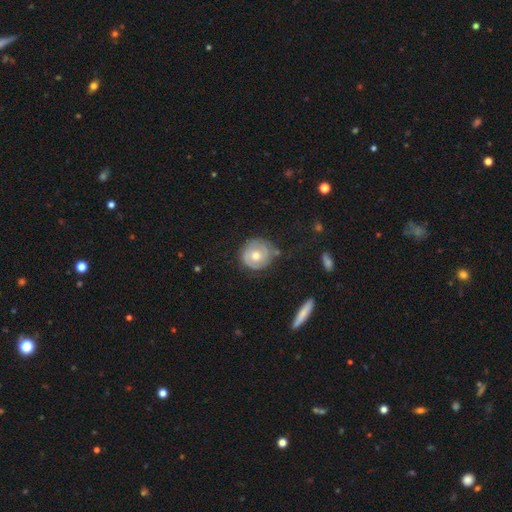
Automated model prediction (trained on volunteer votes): Q: Smooth or featured?
A: featured or disk (58%); runner-up: smooth (35%)
Q: Edge-on disk?
A: no (96%); runner-up: yes (4%)
Q: Bar?
A: no (78%); runner-up: weak (17%)
Q: Spiral arms?
A: yes (64%); runner-up: no (36%)
Q: Bulge size?
A: moderate (77%); runner-up: small (13%)
Q: Merging?
A: none (74%); runner-up: minor disturbance (17%)